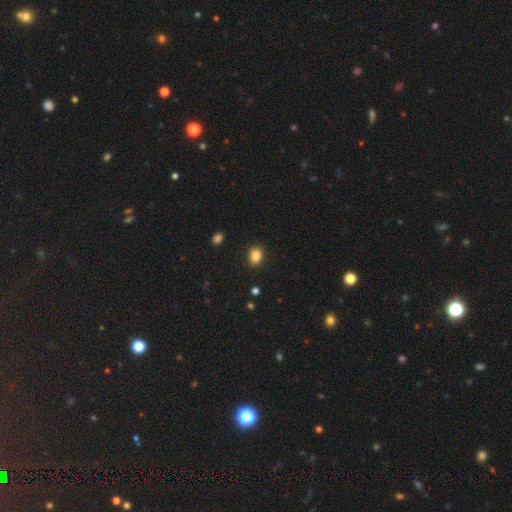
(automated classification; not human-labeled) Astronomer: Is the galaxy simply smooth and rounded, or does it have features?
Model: smooth — 86%.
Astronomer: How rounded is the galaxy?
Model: in between — 69%.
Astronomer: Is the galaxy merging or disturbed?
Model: none — 85%.